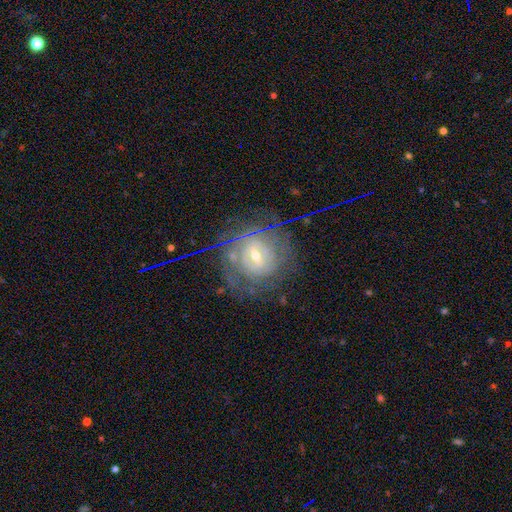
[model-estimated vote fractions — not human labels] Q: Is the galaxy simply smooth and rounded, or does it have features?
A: featured or disk — 78%.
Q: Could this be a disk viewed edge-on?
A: no — 95%.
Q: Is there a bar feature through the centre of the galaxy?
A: weak — 50%.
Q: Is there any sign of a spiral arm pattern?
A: yes — 84%.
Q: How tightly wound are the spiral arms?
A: tight — 73%.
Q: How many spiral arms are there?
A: can't tell — 53%.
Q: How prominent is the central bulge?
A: small — 53%.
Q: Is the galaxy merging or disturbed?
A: none — 71%.